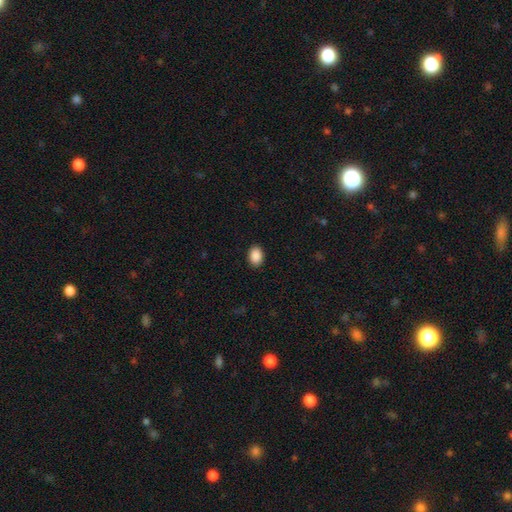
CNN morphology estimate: This is clearly a smooth galaxy (90%). How rounded: likely in between (77%). Merging: clearly none (91%).